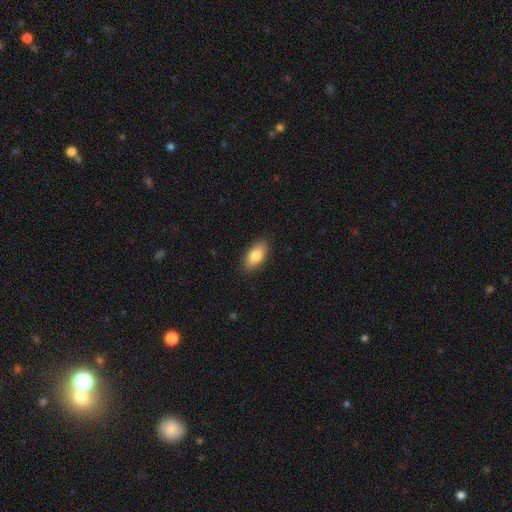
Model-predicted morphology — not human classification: This is clearly a smooth galaxy (81%). How rounded: clearly in between (88%). Merging: clearly none (89%).